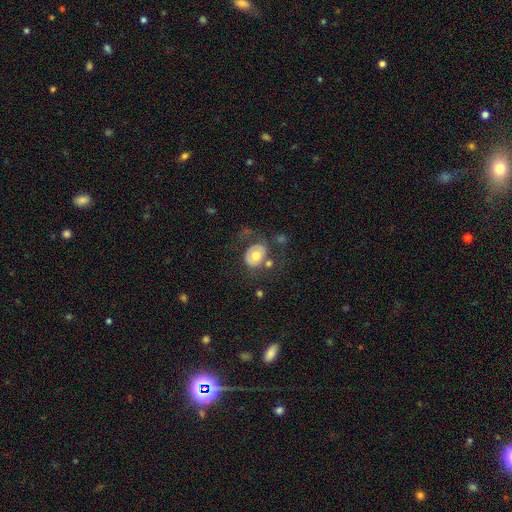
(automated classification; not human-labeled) This is possibly a smooth galaxy (58%). How rounded: possibly in between (51%). Merging: possibly none (50%).